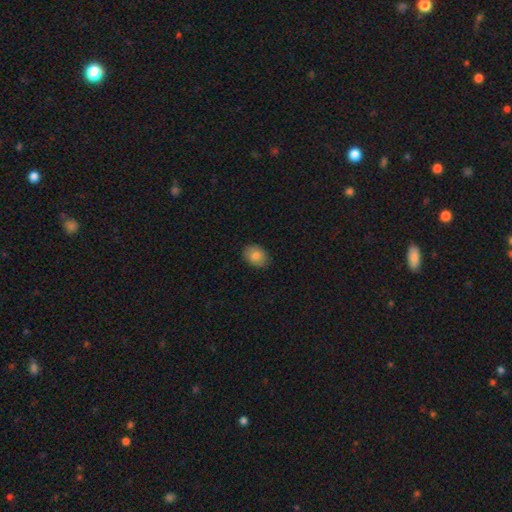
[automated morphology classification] Smooth or featured? Predicted: smooth (p=0.82). How rounded? Predicted: in between (p=0.69). Merging? Predicted: none (p=0.88).